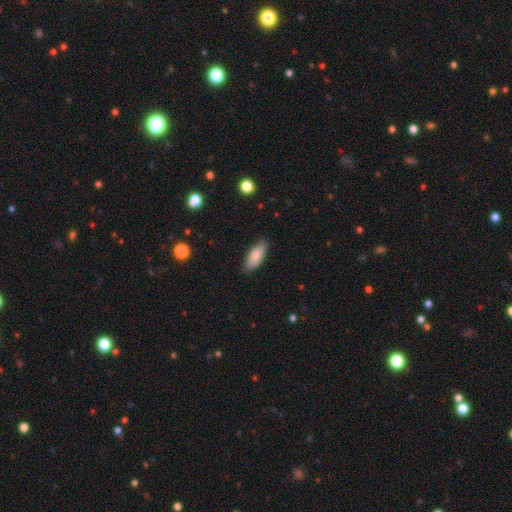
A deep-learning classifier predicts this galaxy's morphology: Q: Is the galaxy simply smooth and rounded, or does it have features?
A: smooth — 83%.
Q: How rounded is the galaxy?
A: in between — 82%.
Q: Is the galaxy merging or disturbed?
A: none — 83%.